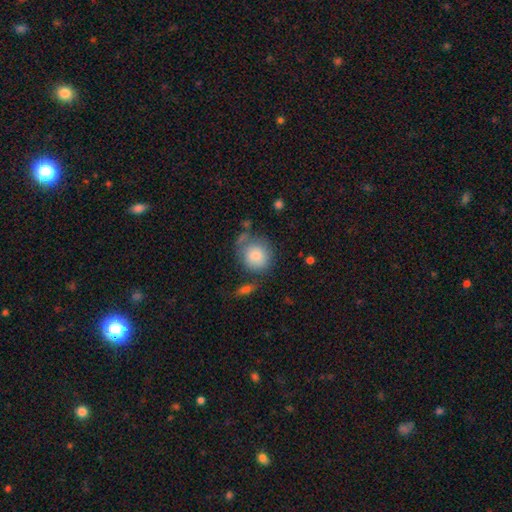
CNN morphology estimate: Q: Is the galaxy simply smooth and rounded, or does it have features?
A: smooth — 80%.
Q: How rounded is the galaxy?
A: round — 82%.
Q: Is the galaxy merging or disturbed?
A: none — 55%.